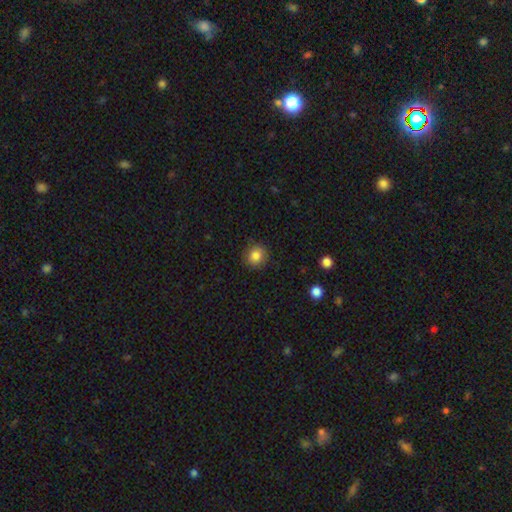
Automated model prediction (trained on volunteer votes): Overall: smooth (85%). How rounded: round (86%). Merging: none (89%).